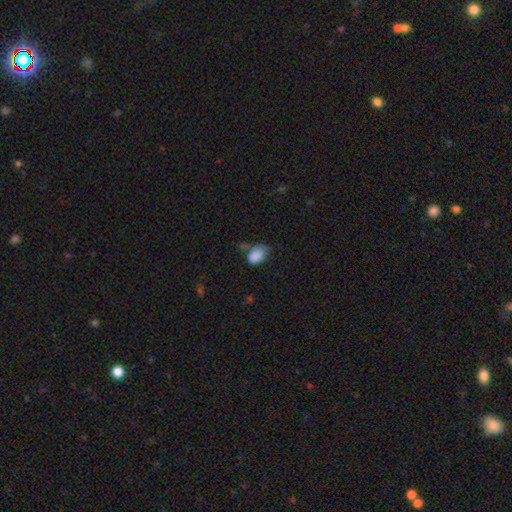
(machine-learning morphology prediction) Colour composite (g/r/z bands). It shows a smooth galaxy with no disk features (85%) that is in between round and cigar-shaped (87%). Merging: none (43%).